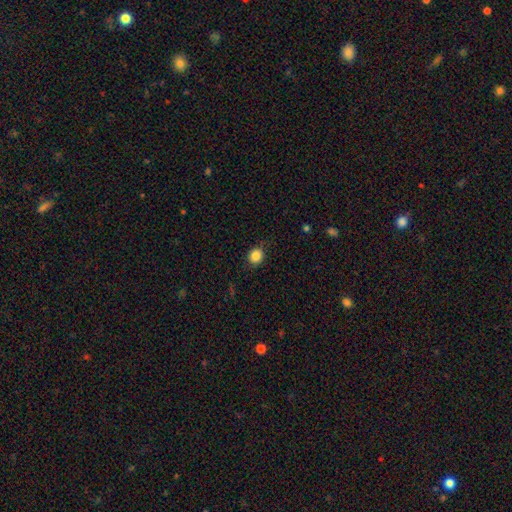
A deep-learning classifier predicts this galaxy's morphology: Overall: smooth (86%). How rounded: round (77%). Merging: none (84%).